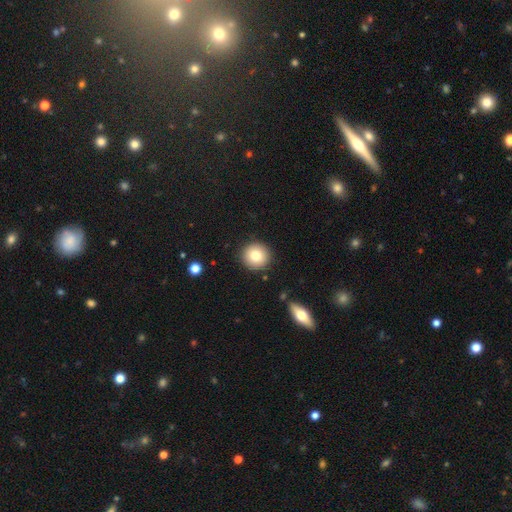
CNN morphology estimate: Smooth or featured?
  - smooth: 79% *
  - featured or disk: 11%
  - star or artifact: 10%
How rounded?
  - round: 94% *
  - in between: 5%
  - cigar-shaped: 1%
Merging?
  - none: 90% *
  - minor disturbance: 6%
  - major disturbance: 2%
  - merger: 2%